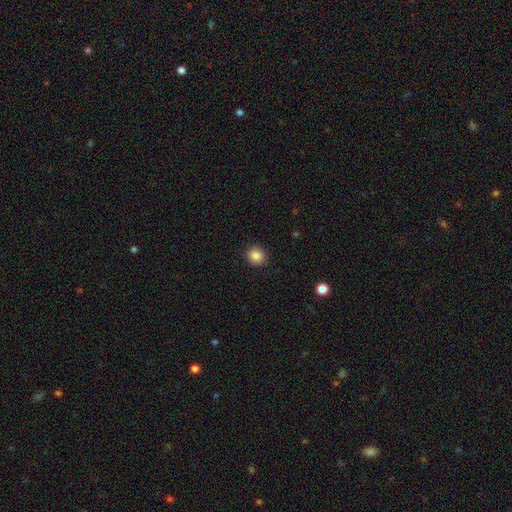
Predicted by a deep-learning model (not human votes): This is clearly a smooth galaxy (87%). How rounded: clearly round (82%). Merging: clearly none (89%).